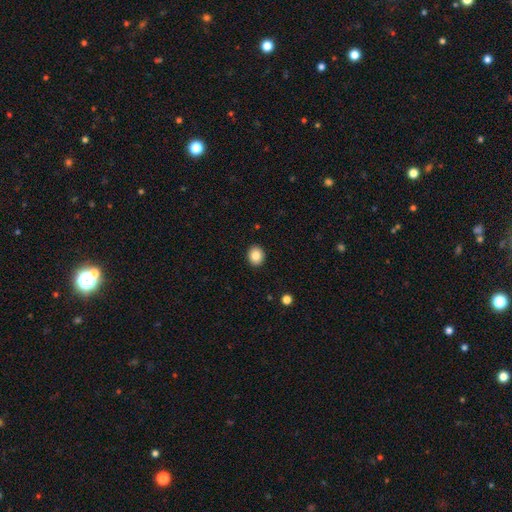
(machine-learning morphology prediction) This is clearly a smooth galaxy (85%). How rounded: likely round (71%). Merging: clearly none (92%).